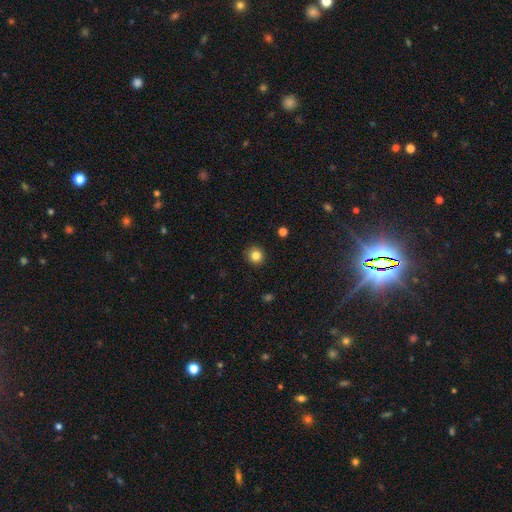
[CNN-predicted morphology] This is clearly a smooth galaxy (83%). How rounded: clearly round (91%). Merging: clearly none (91%).